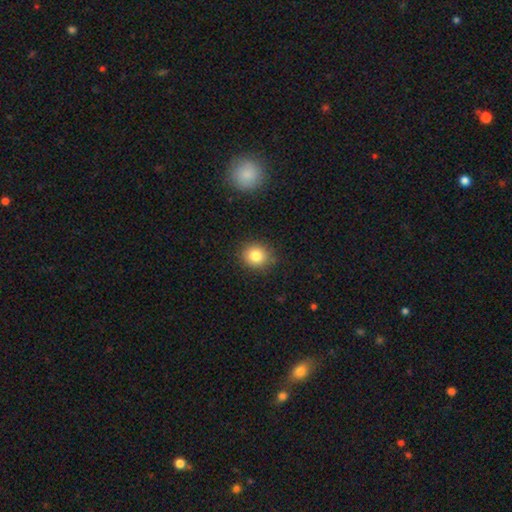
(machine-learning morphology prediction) Smooth or featured? Predicted: smooth (p=0.82). How rounded? Predicted: round (p=0.82). Merging? Predicted: none (p=0.87).